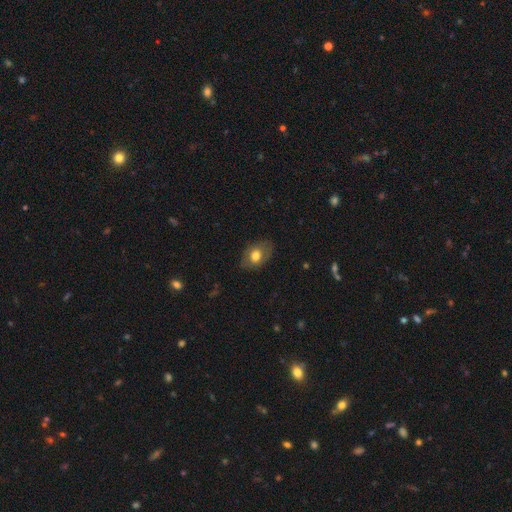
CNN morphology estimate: Smooth or featured?
  - smooth: 66% *
  - featured or disk: 26%
  - star or artifact: 8%
How rounded?
  - in between: 80% *
  - round: 19%
  - cigar-shaped: 1%
Merging?
  - none: 76% *
  - minor disturbance: 18%
  - major disturbance: 5%
  - merger: 1%